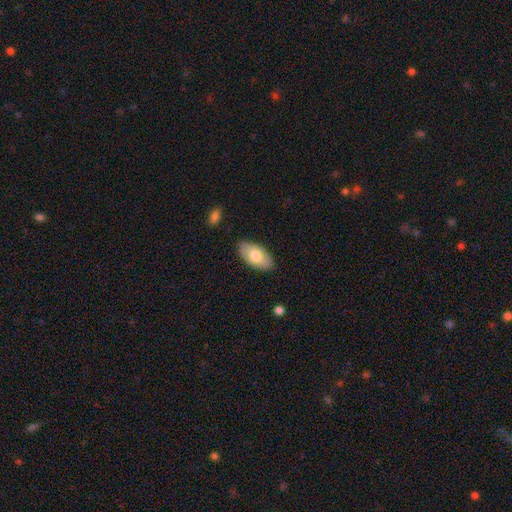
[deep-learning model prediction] Overall: smooth (75%). How rounded: in between (95%). Merging: none (85%).